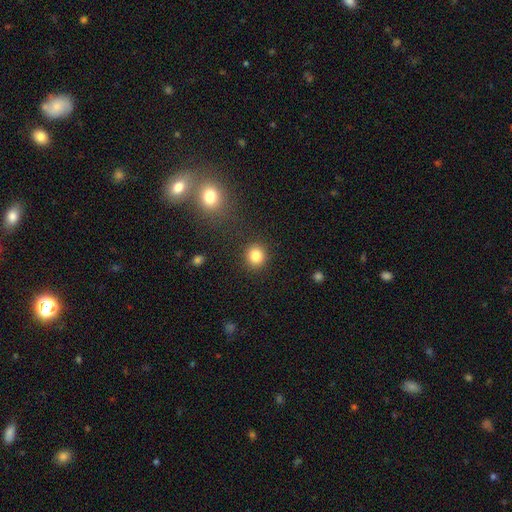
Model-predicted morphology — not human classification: A smooth galaxy with no disk features (84%) that is round (87%).

Vote fractions:
- Smooth or featured? smooth: 84% / star or artifact: 11% / featured or disk: 5%
- How rounded? round: 87% / in between: 13% / cigar-shaped: 1%
- Merging? none: 89% / minor disturbance: 6% / major disturbance: 3% / merger: 2%